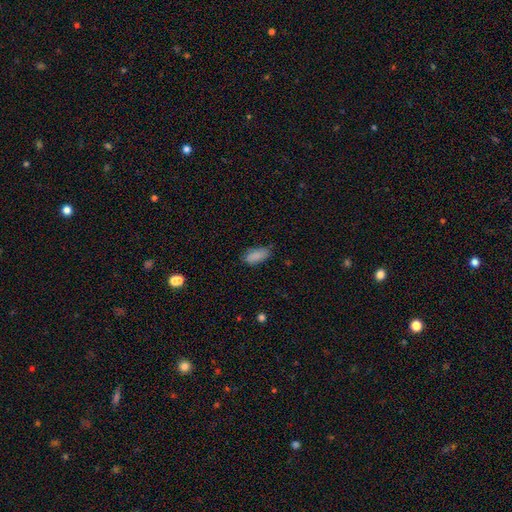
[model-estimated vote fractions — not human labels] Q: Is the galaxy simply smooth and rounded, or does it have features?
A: smooth — 86%.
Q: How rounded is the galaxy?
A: in between — 85%.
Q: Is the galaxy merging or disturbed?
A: none — 69%.